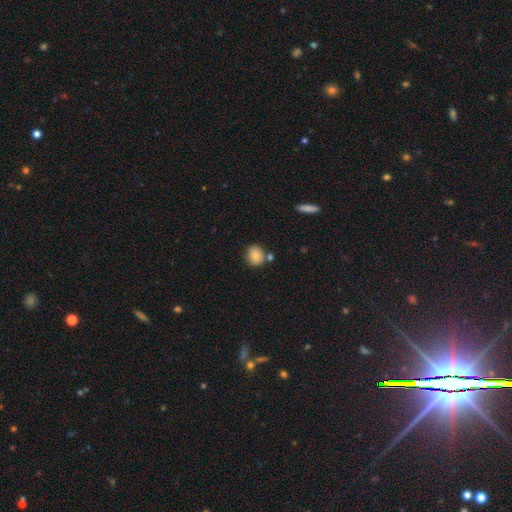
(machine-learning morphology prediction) Overall: smooth (85%). How rounded: round (55%; in between 43%). Merging: none (68%).